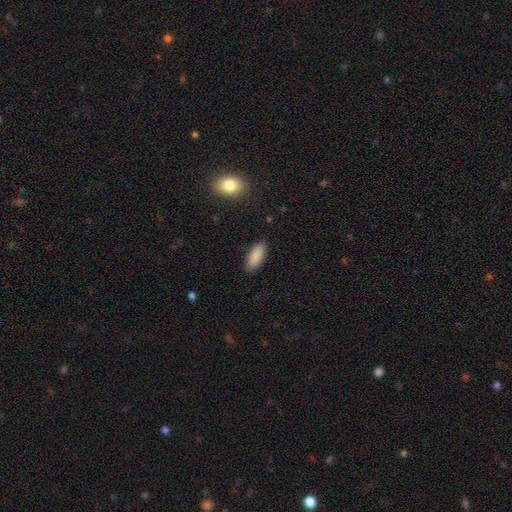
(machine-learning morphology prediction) smooth 89%, star or artifact 7%, featured or disk 4%. Down the decision tree: how rounded — in between (83%); merging — none (87%).